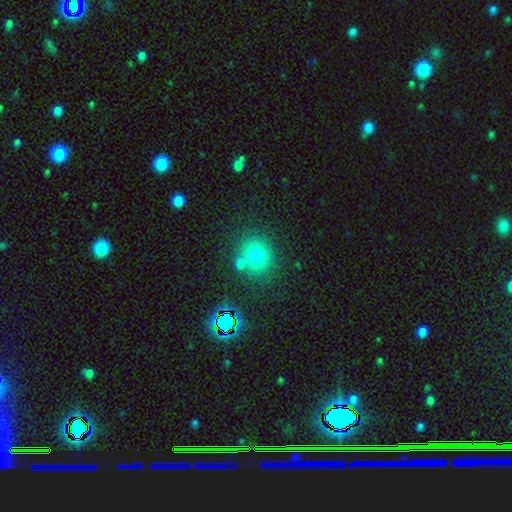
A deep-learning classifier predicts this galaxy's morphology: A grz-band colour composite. It shows a smooth galaxy with no disk features (74%) that is round (79%). Merging: none (70%).